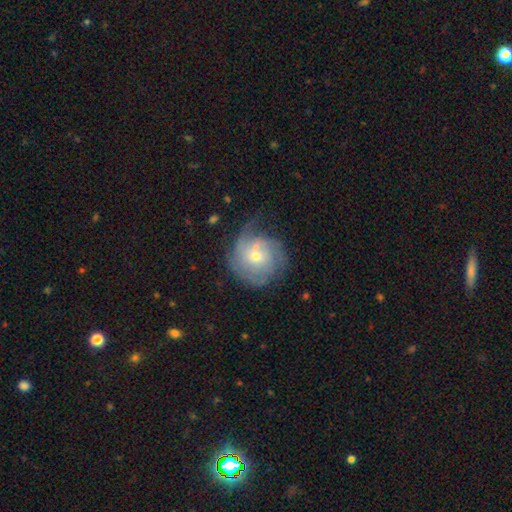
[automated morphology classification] Smooth or featured?
  - featured or disk: 65% *
  - smooth: 27%
  - star or artifact: 8%
Edge-on disk?
  - no: 97% *
  - yes: 3%
Bar?
  - no: 76% *
  - weak: 21%
  - strong: 3%
Spiral arms?
  - yes: 84% *
  - no: 16%
Spiral winding?
  - tight: 55% *
  - medium: 29%
  - loose: 15%
Spiral arm count?
  - can't tell: 42% *
  - 2: 20%
  - 3: 16%
  - 1: 10%
  - 4: 7%
  - more than 4: 5%
Bulge size?
  - small: 55% *
  - moderate: 41%
  - large: 2%
  - none: 1%
  - dominant: 1%
Merging?
  - none: 50% *
  - minor disturbance: 24%
  - major disturbance: 16%
  - merger: 10%